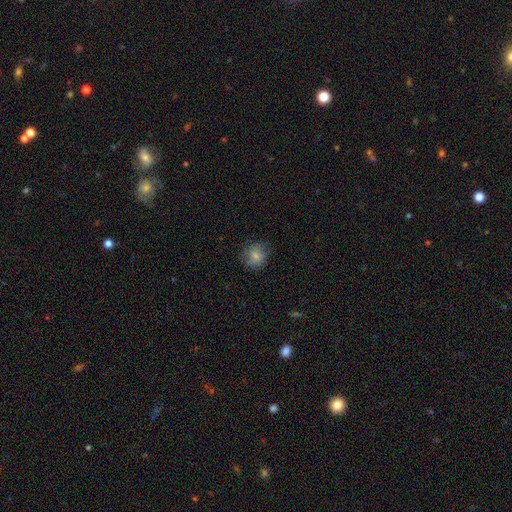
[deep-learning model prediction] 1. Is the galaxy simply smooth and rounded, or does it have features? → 78% smooth, 13% featured or disk, 9% star or artifact.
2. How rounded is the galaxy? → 74% round, 25% in between, 1% cigar-shaped.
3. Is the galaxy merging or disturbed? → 72% none, 20% minor disturbance, 8% major disturbance, 1% merger.